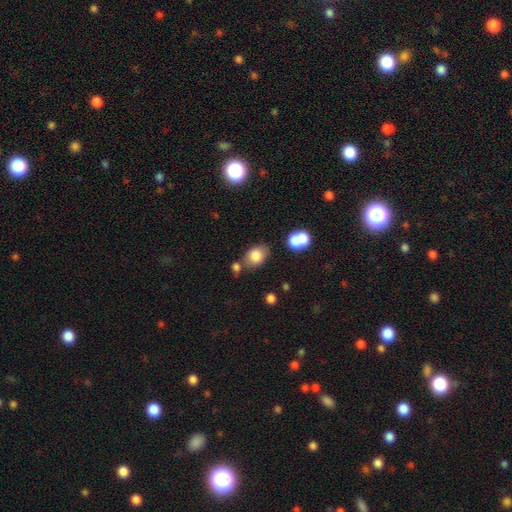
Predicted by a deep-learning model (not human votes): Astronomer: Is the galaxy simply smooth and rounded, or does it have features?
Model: smooth — 80%.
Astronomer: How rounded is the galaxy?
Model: in between — 70%.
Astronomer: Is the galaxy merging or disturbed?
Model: none — 65%.